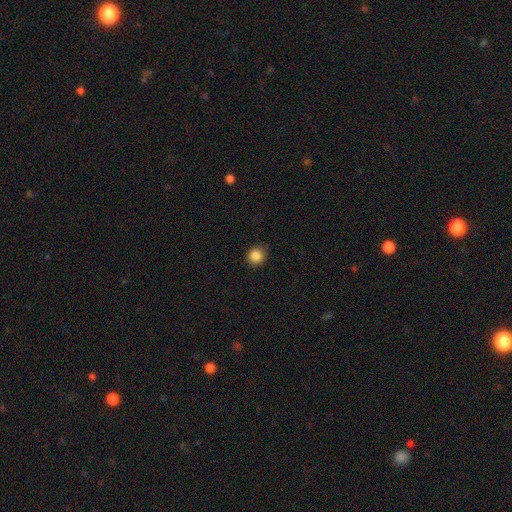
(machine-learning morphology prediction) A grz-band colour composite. It shows a smooth galaxy with no disk features (86%) that is round (92%). Merging: none (86%).